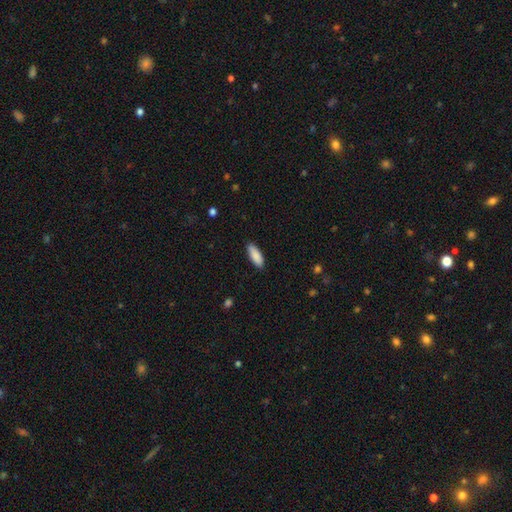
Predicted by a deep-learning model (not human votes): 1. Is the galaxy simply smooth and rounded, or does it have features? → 89% smooth, 6% star or artifact, 5% featured or disk.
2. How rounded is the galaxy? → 70% in between, 29% cigar-shaped, 2% round.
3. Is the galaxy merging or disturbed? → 88% none, 9% minor disturbance, 2% major disturbance, 1% merger.